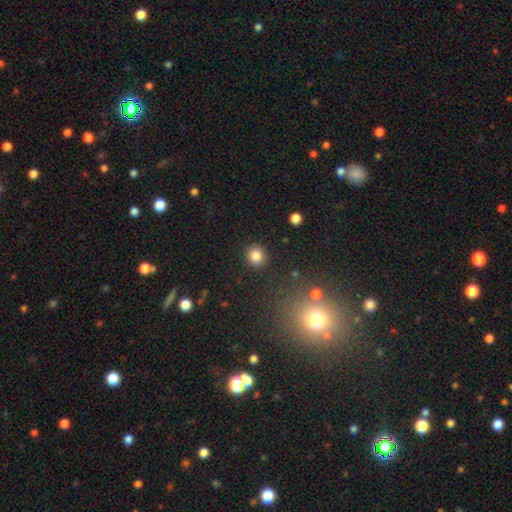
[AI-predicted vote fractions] smooth 84%, star or artifact 11%, featured or disk 5%. Down the decision tree: how rounded — round (82%); merging — none (88%).